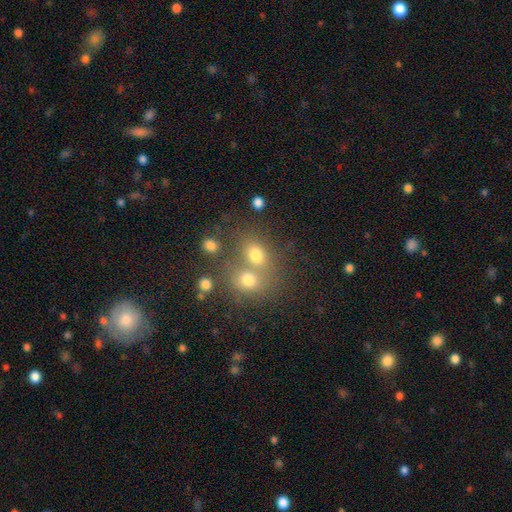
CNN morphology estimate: Overall: smooth (70%). How rounded: round (55%; in between 44%). Merging: merger (48%; none 40%).